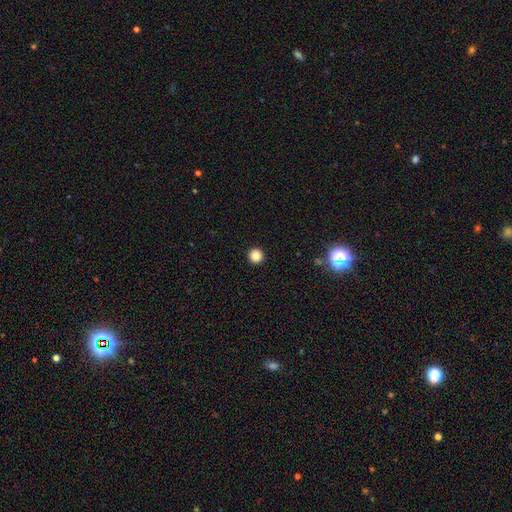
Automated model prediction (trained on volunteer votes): smooth_or_featured: smooth (p=0.86) [alt: star or artifact p=0.11]
how_rounded: round (p=0.96) [alt: in between p=0.03]
merging: none (p=0.94) [alt: minor disturbance p=0.04]